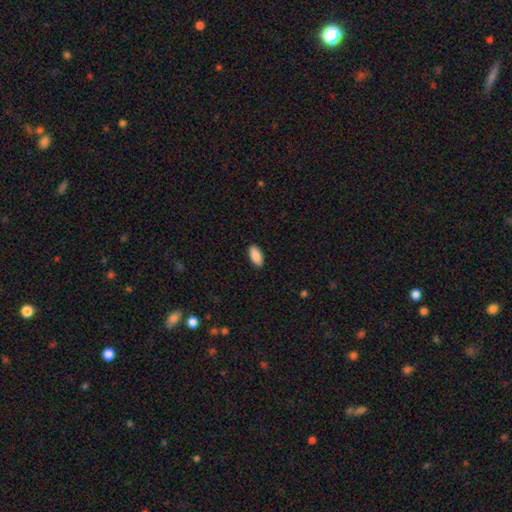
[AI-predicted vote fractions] A smooth galaxy with no disk features (90%) that is in between round and cigar-shaped (91%). Merging: none (89%).